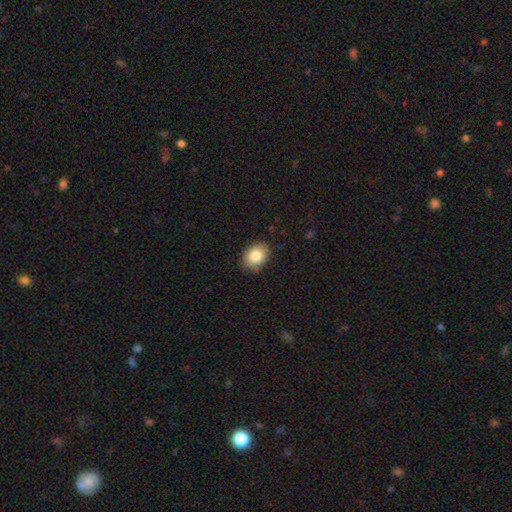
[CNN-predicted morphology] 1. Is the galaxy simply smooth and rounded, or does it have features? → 83% smooth, 9% featured or disk, 8% star or artifact.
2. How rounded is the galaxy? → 71% in between, 28% round, 1% cigar-shaped.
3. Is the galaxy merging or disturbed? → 85% none, 11% minor disturbance, 2% major disturbance, 1% merger.